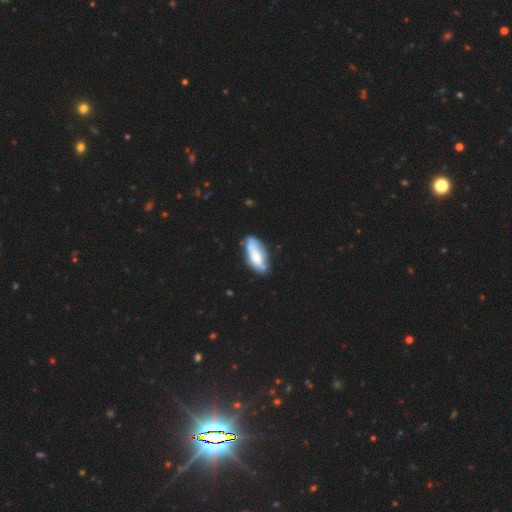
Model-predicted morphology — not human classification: Smooth or featured? Predicted: smooth (p=0.58). How rounded? Predicted: in between (p=0.82). Merging? Predicted: none (p=0.62).